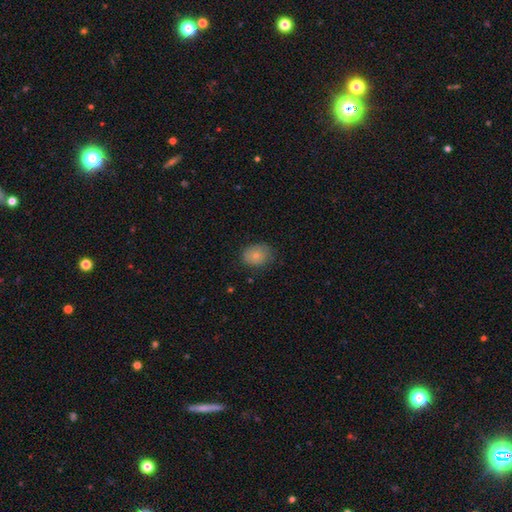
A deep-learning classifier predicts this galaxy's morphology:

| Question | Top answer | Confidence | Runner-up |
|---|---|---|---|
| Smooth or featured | smooth | 81% | featured or disk (10%) |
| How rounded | in between | 55% | round (44%) |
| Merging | none | 73% | minor disturbance (21%) |